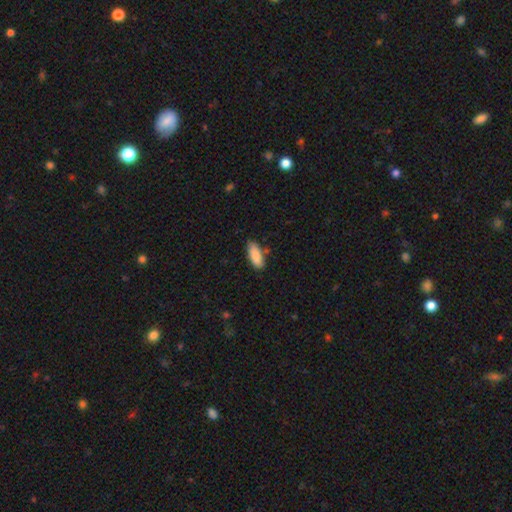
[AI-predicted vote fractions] Smooth or featured? Predicted: smooth (p=0.87). How rounded? Predicted: in between (p=0.78). Merging? Predicted: none (p=0.78).